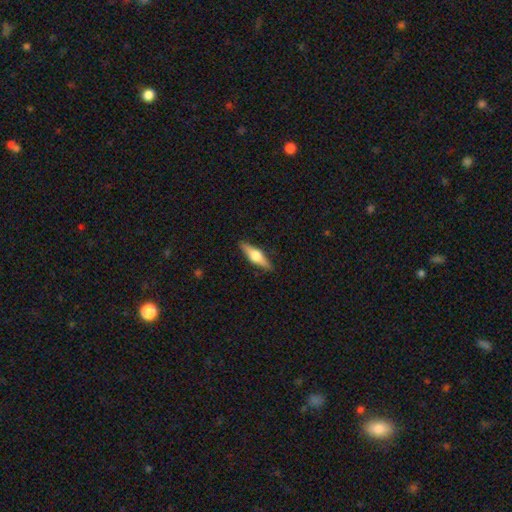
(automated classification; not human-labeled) Smooth or featured: featured or disk — 62% (smooth — 32%)
Edge-on disk: yes — 96% (no — 4%)
Edge-on bulge: rounded — 95% (boxy — 4%)
Merging: none — 90% (minor disturbance — 8%)